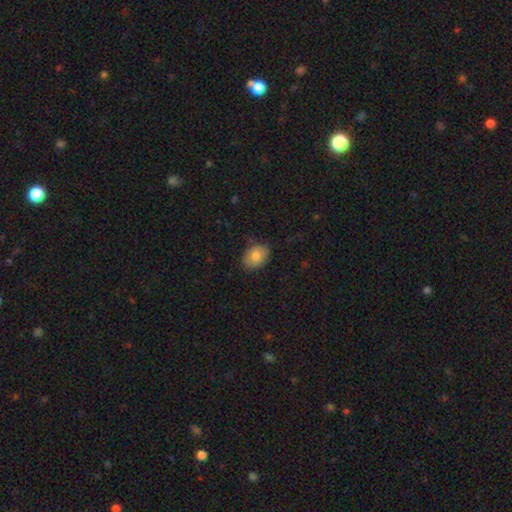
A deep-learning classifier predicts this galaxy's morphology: smooth_or_featured: smooth (p=0.81) [alt: featured or disk p=0.12]
how_rounded: in between (p=0.74) [alt: round p=0.25]
merging: none (p=0.78) [alt: minor disturbance p=0.18]